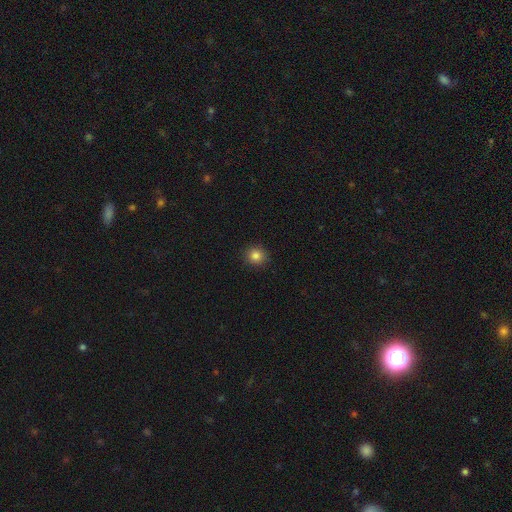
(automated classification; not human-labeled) Smooth or featured: smooth — 83% (star or artifact — 12%)
How rounded: round — 90% (in between — 9%)
Merging: none — 91% (minor disturbance — 6%)